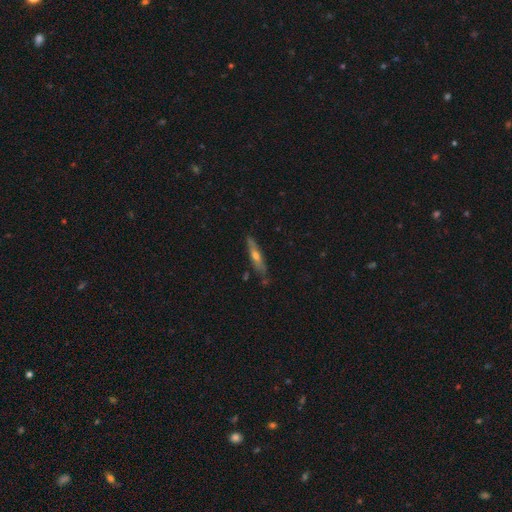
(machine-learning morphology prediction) Smooth or featured? featured or disk (55%)
Edge-on disk? yes (85%)
Merging? none (80%)